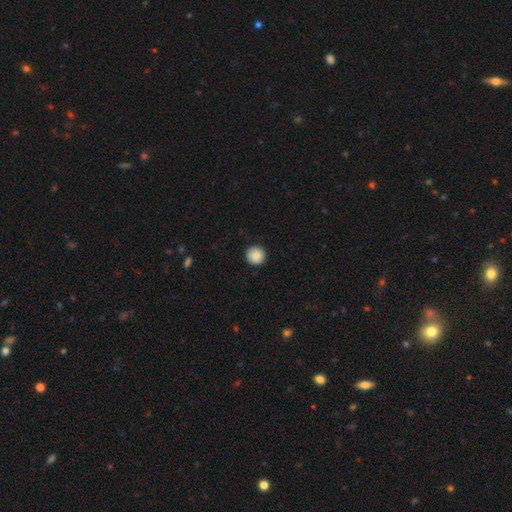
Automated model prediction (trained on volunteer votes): smooth 88%, star or artifact 8%, featured or disk 4%. Down the decision tree: how rounded — round (95%); merging — none (91%).